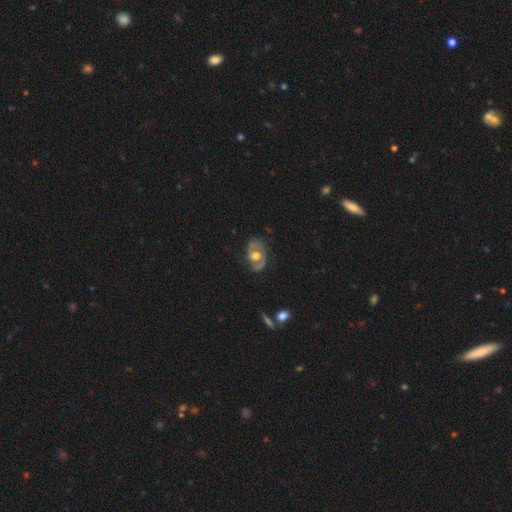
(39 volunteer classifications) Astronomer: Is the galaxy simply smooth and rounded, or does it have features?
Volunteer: featured or disk — 64%.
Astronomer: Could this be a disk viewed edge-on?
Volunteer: no — 92%.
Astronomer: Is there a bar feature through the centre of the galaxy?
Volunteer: no — 78%.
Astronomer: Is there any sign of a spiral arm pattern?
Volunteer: no — 61% (runner-up: yes, 39%).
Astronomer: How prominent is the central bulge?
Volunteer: large — 48% (runner-up: moderate, 35%).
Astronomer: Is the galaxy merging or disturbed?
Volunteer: none — 69%.